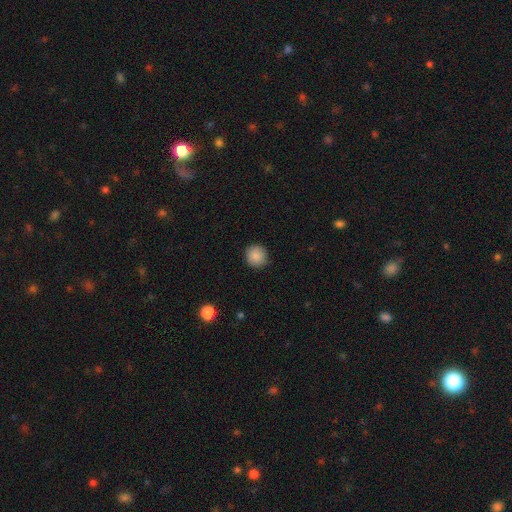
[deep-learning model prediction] smooth-or-featured: smooth: 88% | star or artifact: 9% | featured or disk: 4%
  how-rounded: round: 93% | in between: 6% | cigar-shaped: 1%
  merging: none: 90% | minor disturbance: 7% | major disturbance: 2% | merger: 1%